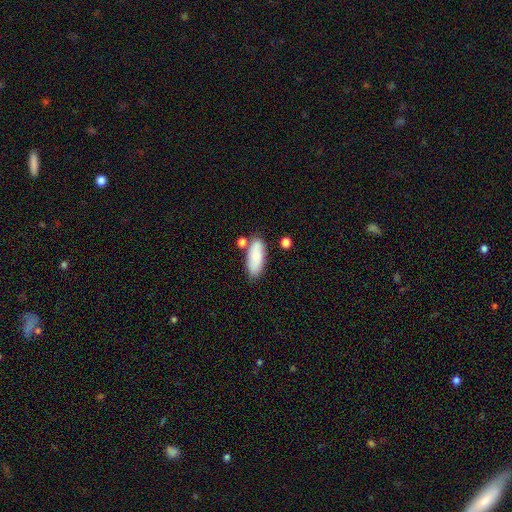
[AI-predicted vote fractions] Smooth or featured: smooth — 83% (featured or disk — 11%)
How rounded: in between — 81% (cigar-shaped — 17%)
Merging: none — 70% (minor disturbance — 16%)